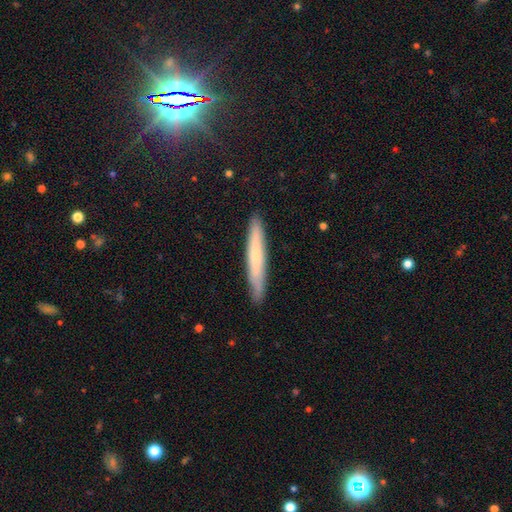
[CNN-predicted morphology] Smooth or featured: smooth — 60% (featured or disk — 34%)
How rounded: cigar-shaped — 95% (in between — 3%)
Merging: none — 90% (minor disturbance — 8%)